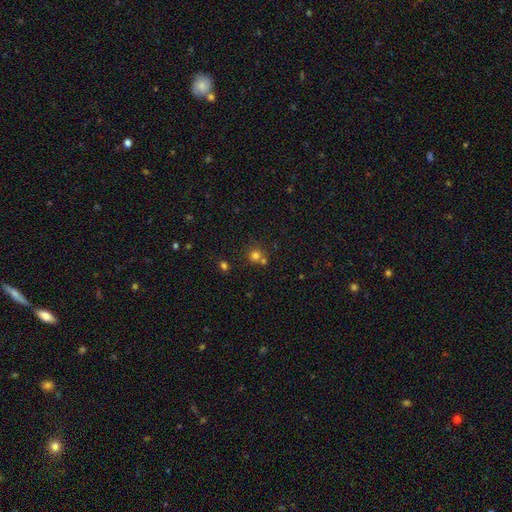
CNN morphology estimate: Smooth or featured? smooth (74%)
How rounded? round (89%)
Merging? none (58%)